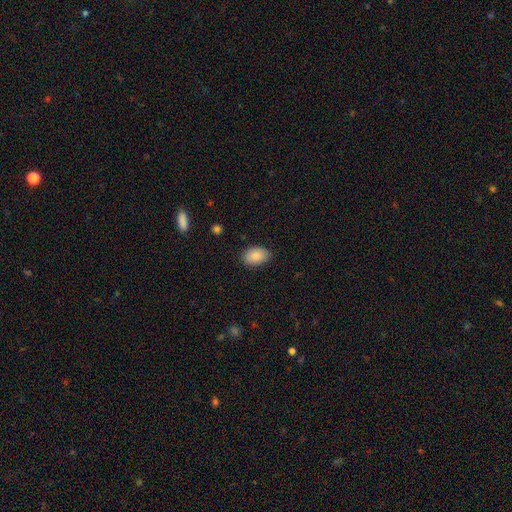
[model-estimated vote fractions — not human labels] smooth_or_featured: smooth (p=0.88) [alt: star or artifact p=0.07]
how_rounded: in between (p=0.90) [alt: round p=0.09]
merging: none (p=0.83) [alt: minor disturbance p=0.14]